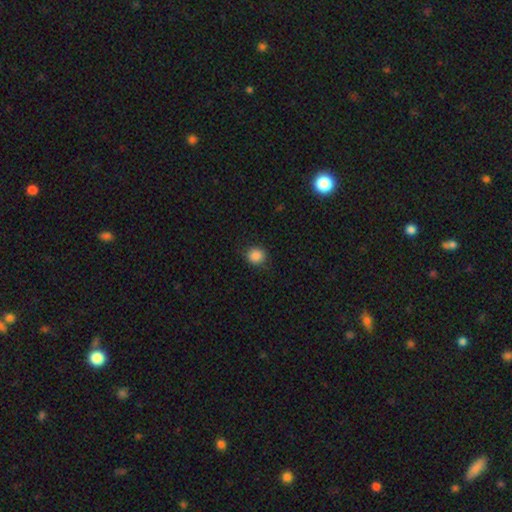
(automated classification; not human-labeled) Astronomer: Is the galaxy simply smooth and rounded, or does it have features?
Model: smooth — 87%.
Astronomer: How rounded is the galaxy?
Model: round — 83%.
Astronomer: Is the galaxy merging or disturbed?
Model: none — 86%.